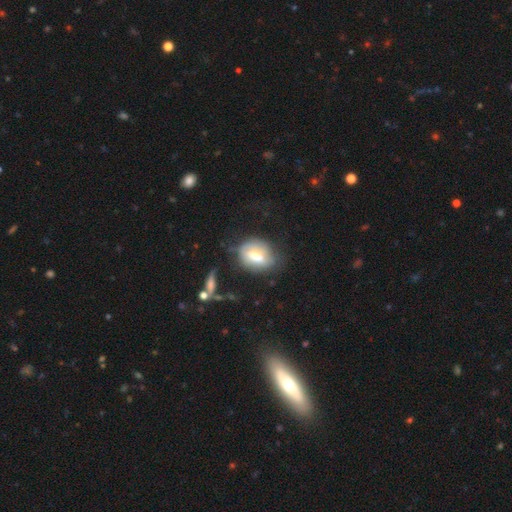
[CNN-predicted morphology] smooth 61%, featured or disk 31%, star or artifact 8%. Down the decision tree: how rounded — in between (61%); merging — none (55%).